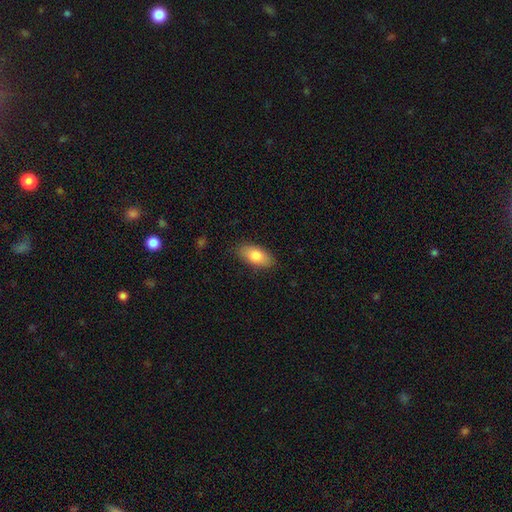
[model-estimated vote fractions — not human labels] A smooth galaxy with no disk features (82%) that is in between round and cigar-shaped (89%).

Vote fractions:
- Smooth or featured? smooth: 82% / featured or disk: 12% / star or artifact: 6%
- How rounded? in between: 89% / cigar-shaped: 7% / round: 3%
- Merging? none: 85% / minor disturbance: 11% / major disturbance: 3% / merger: 1%